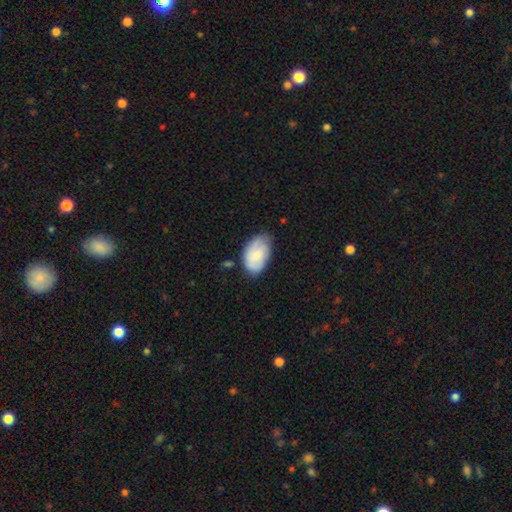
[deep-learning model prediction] Morphology: type=smooth (65%); roundness=in between (92%); merging=none (59%).